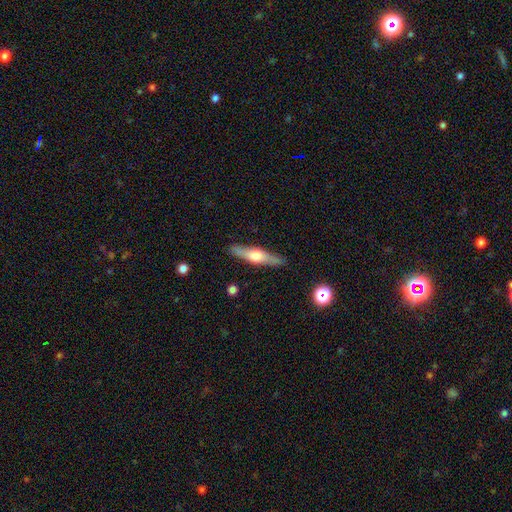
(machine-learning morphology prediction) A featured or disk galaxy (59%) viewed edge-on (94%) with a rounded central bulge (91%).

Vote fractions:
- Smooth or featured? featured or disk: 59% / smooth: 36% / star or artifact: 5%
- Edge-on disk? yes: 94% / no: 6%
- Edge-on bulge? rounded: 91% / boxy: 6% / none: 3%
- Merging? none: 88% / minor disturbance: 8% / major disturbance: 2% / merger: 1%